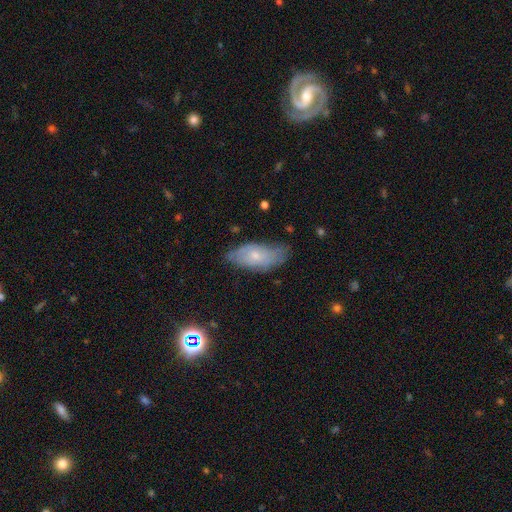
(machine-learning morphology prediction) Smooth or featured? Predicted: smooth (p=0.55). How rounded? Predicted: in between (p=0.87). Merging? Predicted: none (p=0.59).